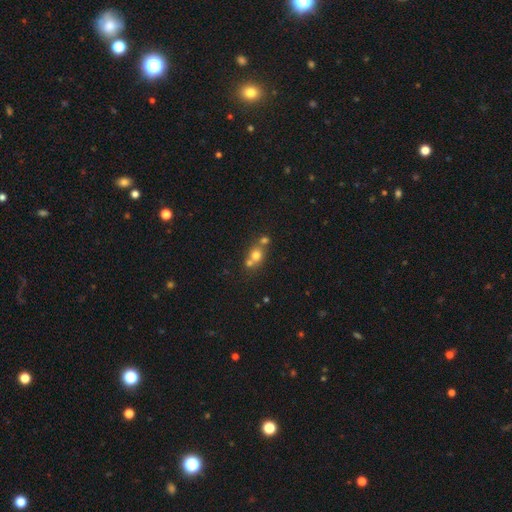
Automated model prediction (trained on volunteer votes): smooth_or_featured: smooth (p=0.67) [alt: featured or disk p=0.17]
how_rounded: round (p=0.77) [alt: in between p=0.22]
merging: merger (p=0.48) [alt: none p=0.41]